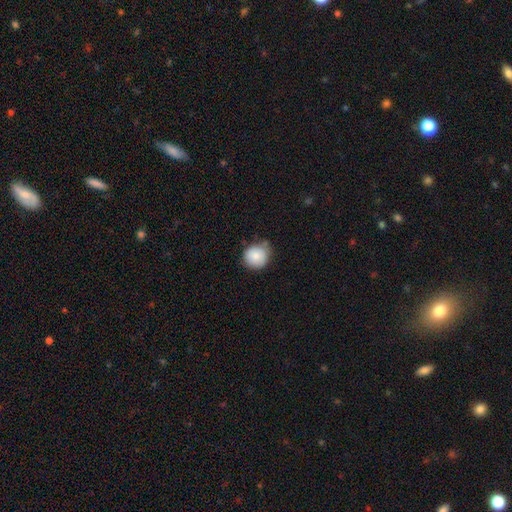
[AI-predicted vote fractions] The model was most divided on "merging": none: 71%, minor disturbance: 23%, major disturbance: 4%, merger: 3%. More confident: how rounded — round (89%); smooth or featured — smooth (84%).